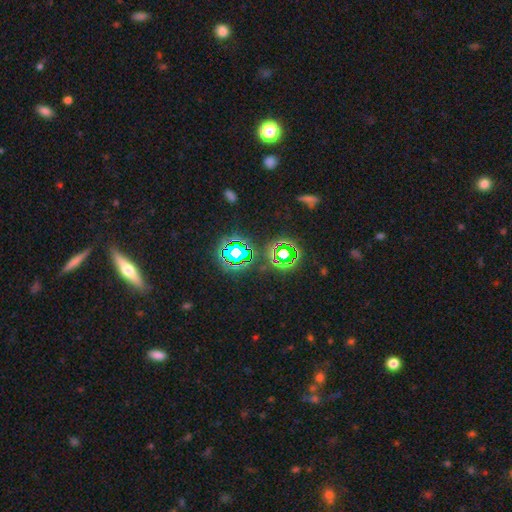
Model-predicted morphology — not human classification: type=star or artifact (56%).